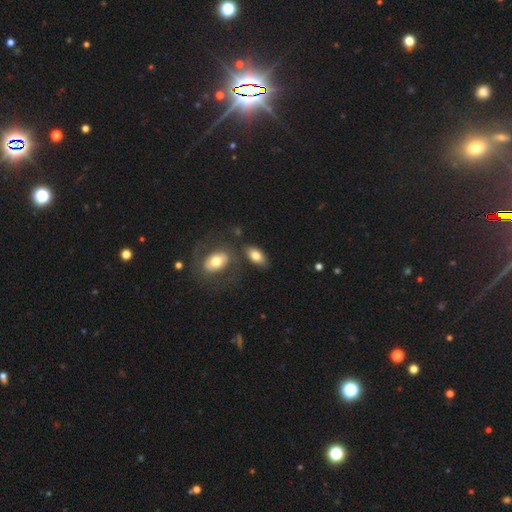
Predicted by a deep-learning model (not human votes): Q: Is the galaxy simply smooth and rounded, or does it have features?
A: smooth — 75%.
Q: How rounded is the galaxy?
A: in between — 91%.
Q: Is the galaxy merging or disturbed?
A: none — 70%.